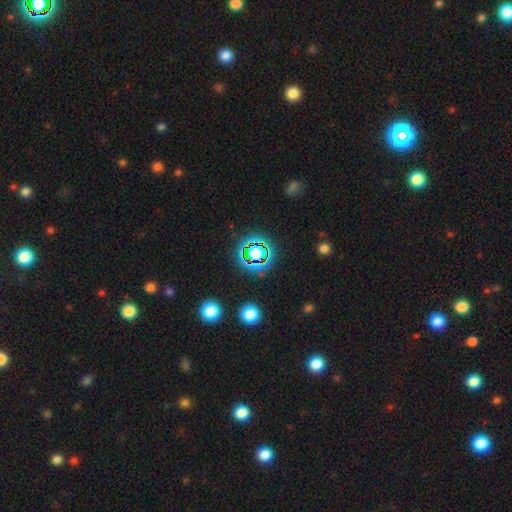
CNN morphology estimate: smooth-or-featured: star or artifact: 70% | smooth: 20% | featured or disk: 10%